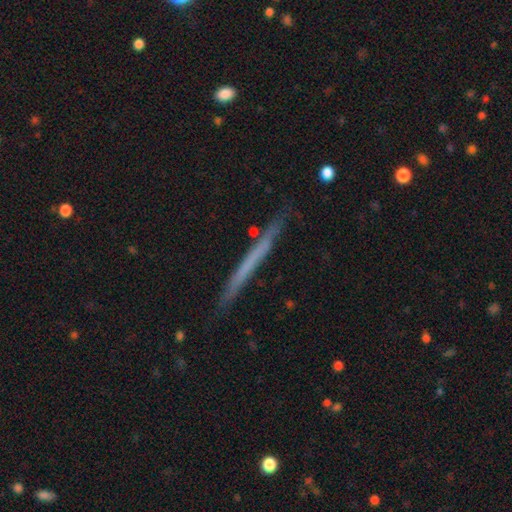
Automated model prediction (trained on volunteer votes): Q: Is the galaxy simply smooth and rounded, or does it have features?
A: featured or disk — 48%.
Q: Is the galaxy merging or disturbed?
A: none — 87%.